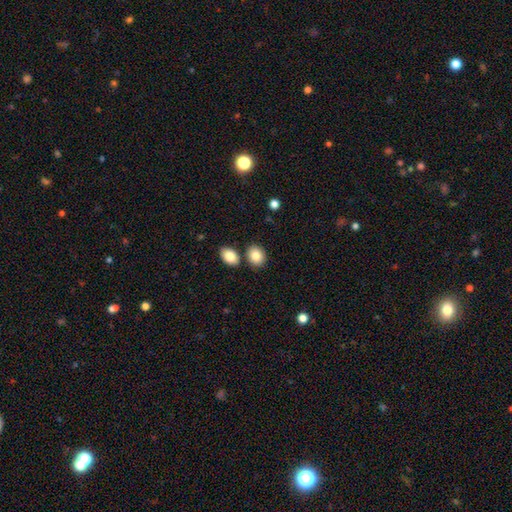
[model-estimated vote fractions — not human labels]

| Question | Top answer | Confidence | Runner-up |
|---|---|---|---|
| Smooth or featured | smooth | 85% | star or artifact (8%) |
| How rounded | in between | 55% | round (44%) |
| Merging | none | 74% | merger (14%) |